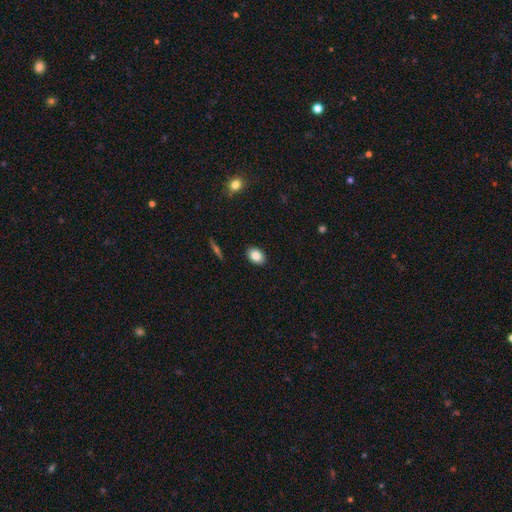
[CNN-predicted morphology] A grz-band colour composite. It shows a smooth galaxy with no disk features (85%) that is in between round and cigar-shaped (82%). Merging: none (90%).